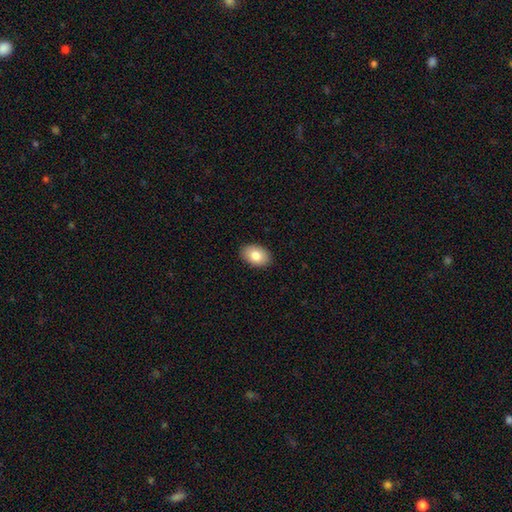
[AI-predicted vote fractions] The model was most divided on "smooth or featured": smooth: 83%, featured or disk: 10%, star or artifact: 7%. More confident: merging — none (90%); how rounded — in between (87%).